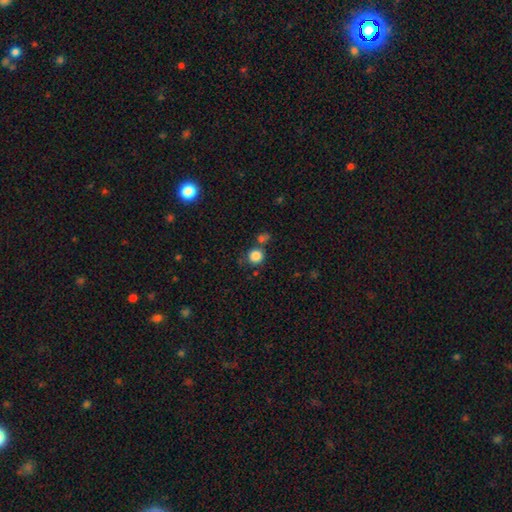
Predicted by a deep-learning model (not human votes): Smooth or featured? Predicted: smooth (p=0.84). How rounded? Predicted: round (p=0.91). Merging? Predicted: none (p=0.67).